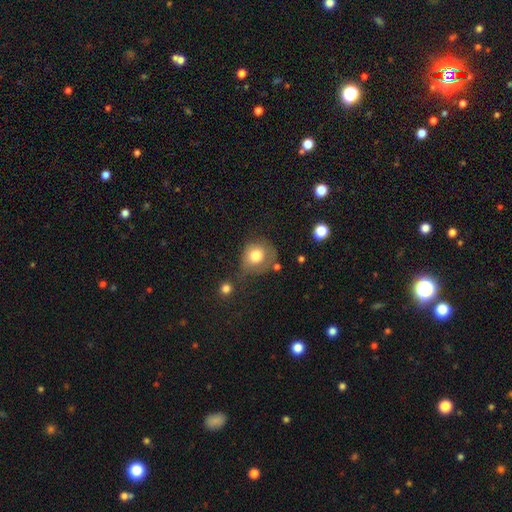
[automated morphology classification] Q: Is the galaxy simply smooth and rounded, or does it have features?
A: smooth — 77%.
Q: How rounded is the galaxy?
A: round — 79%.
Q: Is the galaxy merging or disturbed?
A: none — 48%.